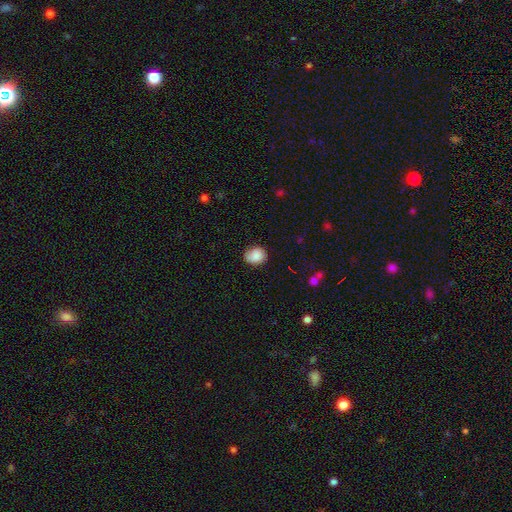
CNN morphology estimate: Smooth or featured? Predicted: smooth (p=0.85). How rounded? Predicted: round (p=0.73). Merging? Predicted: none (p=0.75).